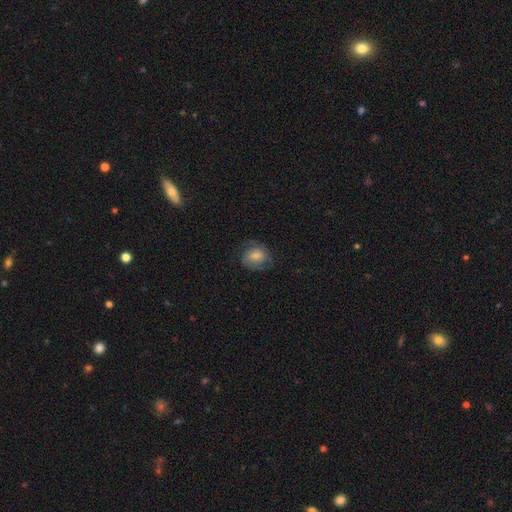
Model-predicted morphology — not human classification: Q: Smooth or featured?
A: smooth (49%); runner-up: featured or disk (42%)
Q: Merging?
A: none (66%); runner-up: minor disturbance (21%)